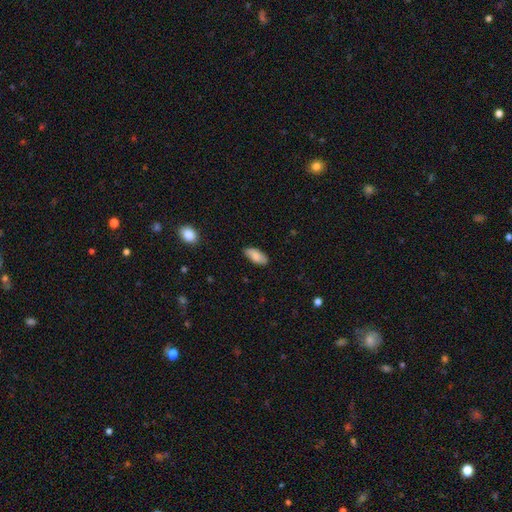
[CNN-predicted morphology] This is clearly a smooth galaxy (82%). How rounded: clearly in between (87%). Merging: clearly none (83%).